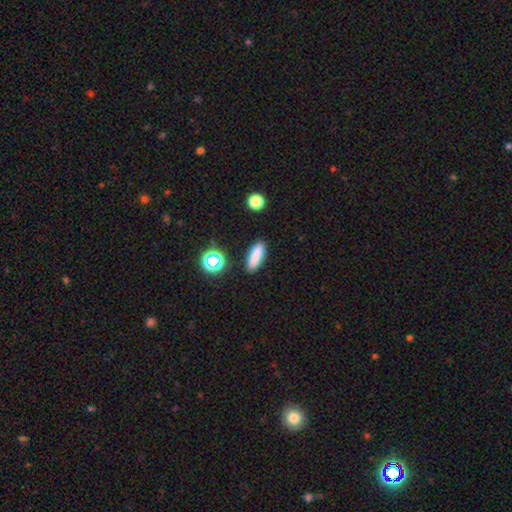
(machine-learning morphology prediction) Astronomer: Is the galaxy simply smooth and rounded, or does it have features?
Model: smooth — 82%.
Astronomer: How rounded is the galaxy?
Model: in between — 52% (runner-up: cigar-shaped, 45%).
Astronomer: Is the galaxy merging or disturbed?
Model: none — 87%.